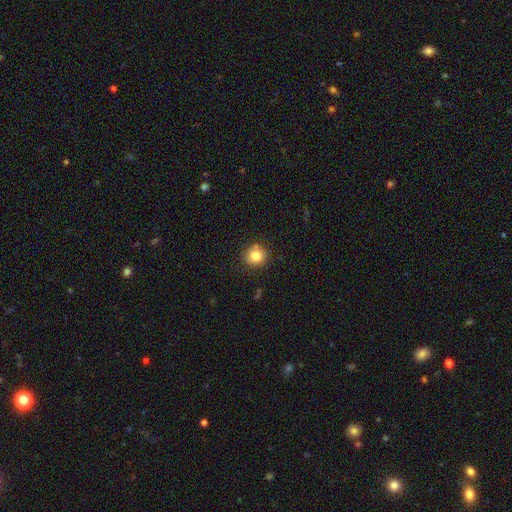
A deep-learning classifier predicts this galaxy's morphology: Overall: smooth (82%). How rounded: round (87%). Merging: none (81%).